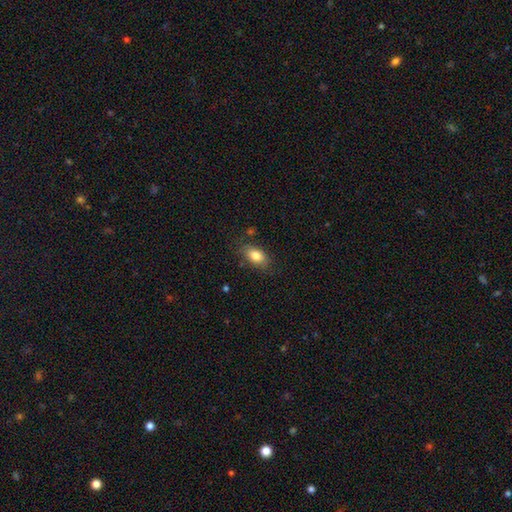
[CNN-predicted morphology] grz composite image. It shows a smooth galaxy with no disk features (83%) that is in between round and cigar-shaped (89%). Merging: none (79%).